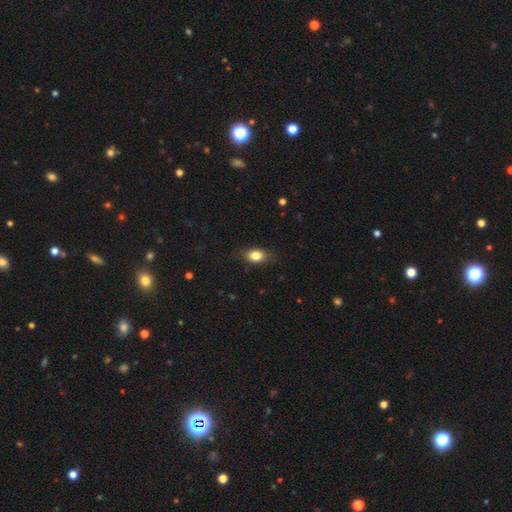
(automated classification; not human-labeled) Smooth or featured?
  - smooth: 83% *
  - featured or disk: 9%
  - star or artifact: 8%
How rounded?
  - in between: 79% *
  - round: 18%
  - cigar-shaped: 3%
Merging?
  - none: 82% *
  - minor disturbance: 14%
  - major disturbance: 3%
  - merger: 1%